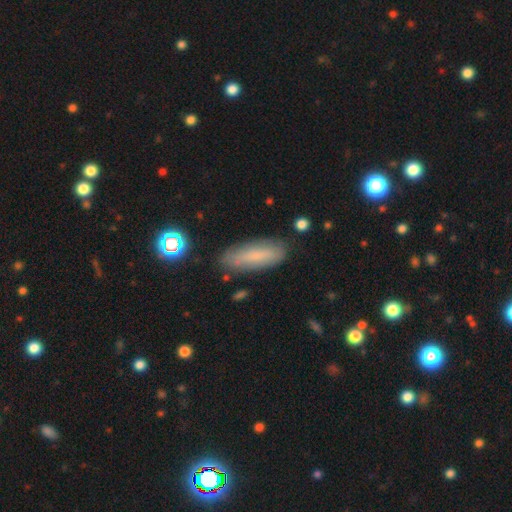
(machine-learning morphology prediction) This is likely a smooth galaxy (72%). How rounded: possibly cigar-shaped (49%, tied with in between). Merging: clearly none (82%).